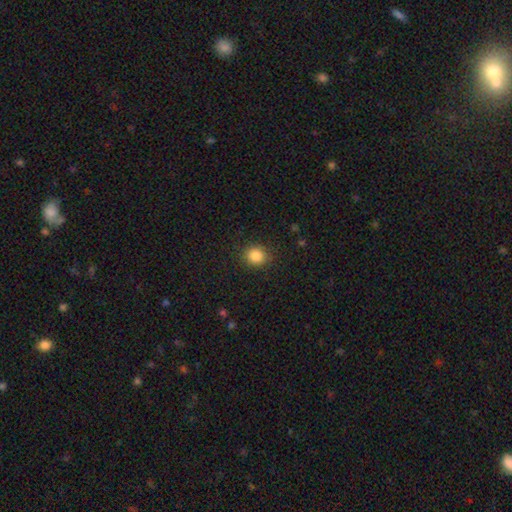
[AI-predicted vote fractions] Morphology: type=smooth (85%); roundness=round (82%); merging=none (88%).